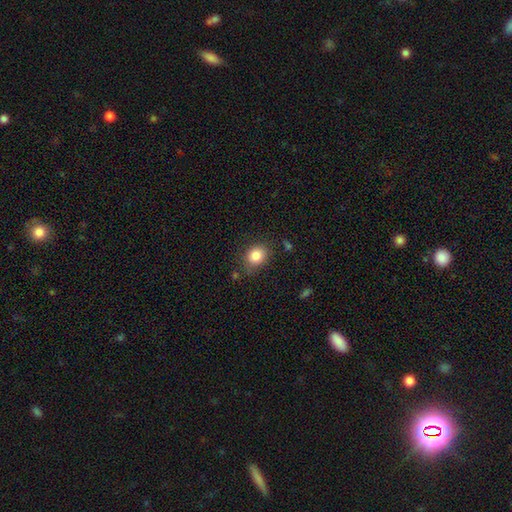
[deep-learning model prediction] Smooth or featured?
  - smooth: 84% *
  - star or artifact: 10%
  - featured or disk: 6%
How rounded?
  - round: 62% *
  - in between: 37%
  - cigar-shaped: 1%
Merging?
  - none: 78% *
  - minor disturbance: 15%
  - major disturbance: 4%
  - merger: 3%